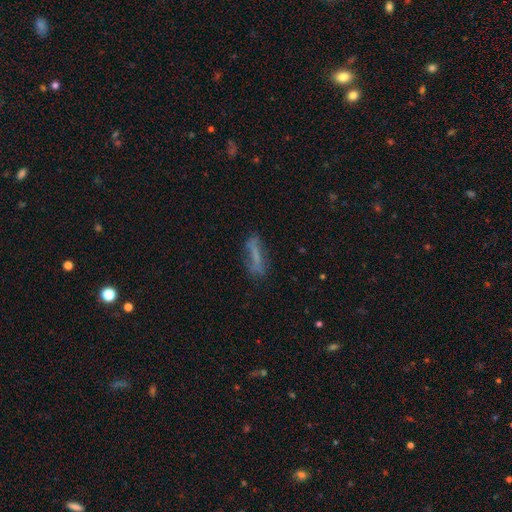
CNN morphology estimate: A smooth galaxy with no disk features (48%).

Vote fractions:
- Smooth or featured? smooth: 48% / featured or disk: 40% / star or artifact: 12%
- Merging? none: 62% / minor disturbance: 22% / major disturbance: 13% / merger: 3%